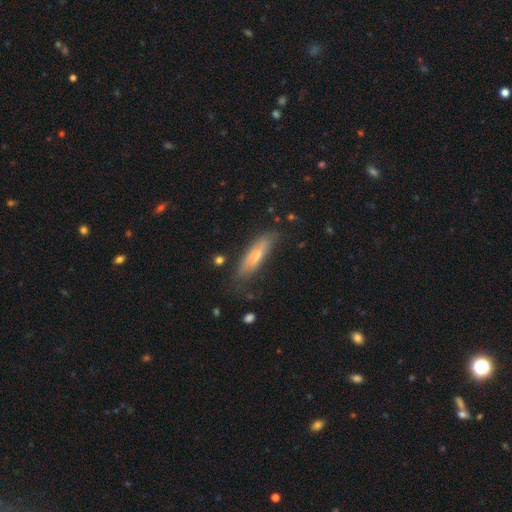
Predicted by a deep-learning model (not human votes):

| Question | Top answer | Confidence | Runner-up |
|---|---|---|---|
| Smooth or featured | smooth | 60% | featured or disk (33%) |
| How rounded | cigar-shaped | 65% | in between (33%) |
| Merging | none | 70% | minor disturbance (22%) |